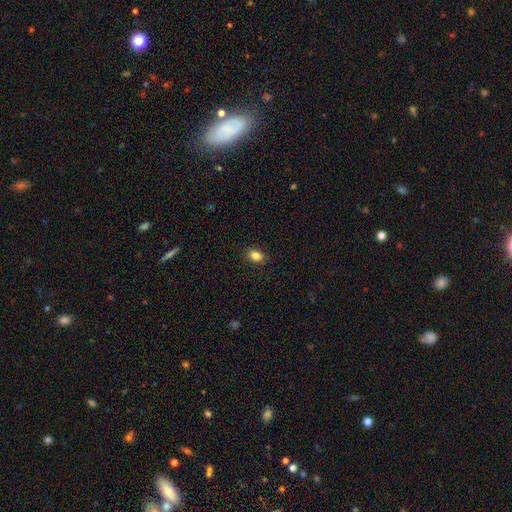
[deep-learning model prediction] Morphology: type=smooth (84%); roundness=in between (76%); merging=none (89%).